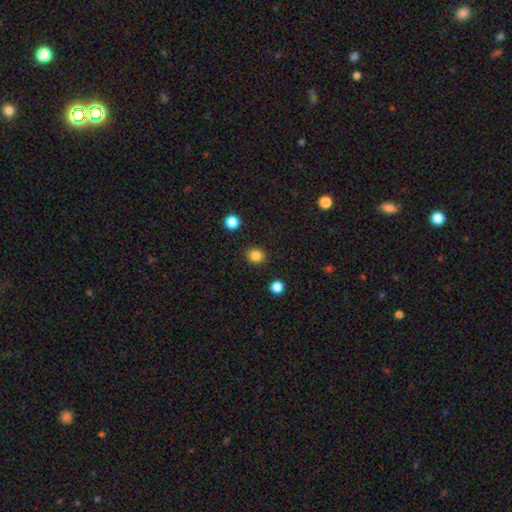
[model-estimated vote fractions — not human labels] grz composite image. It shows a smooth galaxy with no disk features (85%) that is round (83%). Merging: none (91%).